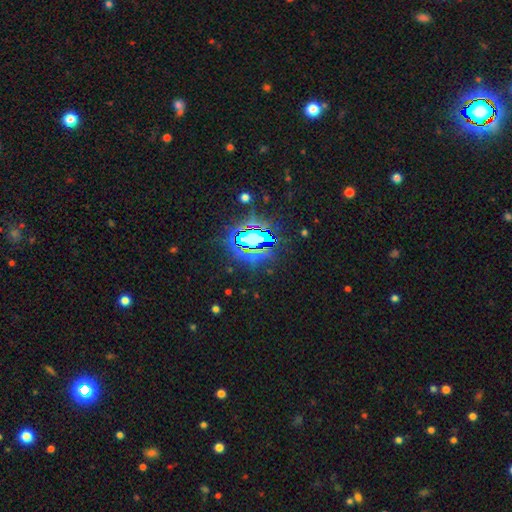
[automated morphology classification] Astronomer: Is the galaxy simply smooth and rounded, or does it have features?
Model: star or artifact — 84%.